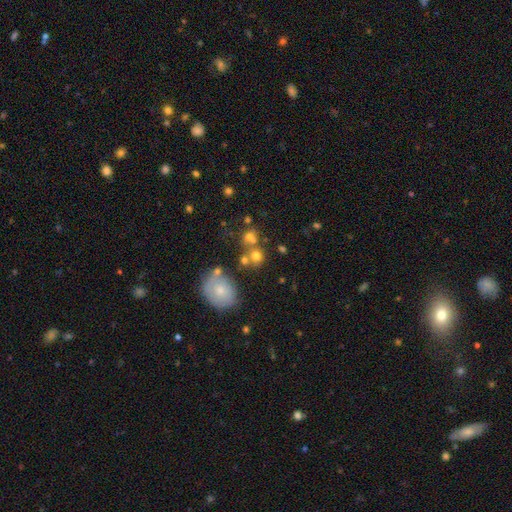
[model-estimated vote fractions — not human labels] Overall: smooth (68%). How rounded: round (84%). Merging: none (55%; merger 30%).